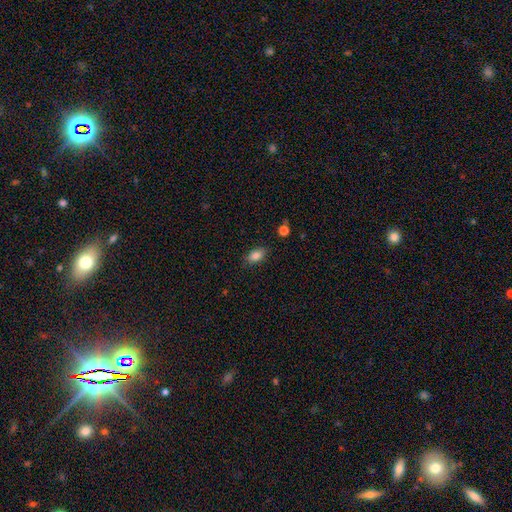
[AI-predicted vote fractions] The model was most divided on "merging": none: 83%, minor disturbance: 13%, major disturbance: 3%, merger: 2%. More confident: how rounded — in between (87%); smooth or featured — smooth (85%).